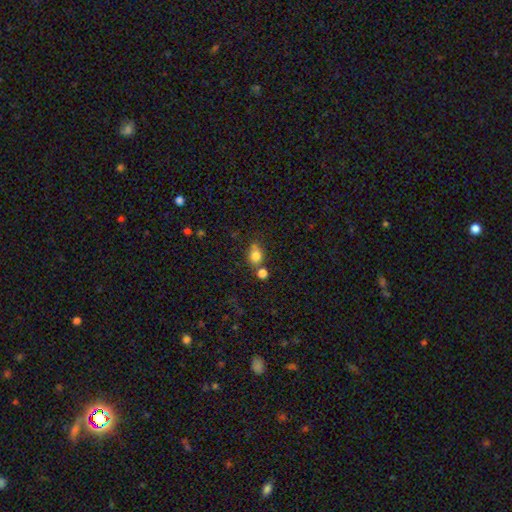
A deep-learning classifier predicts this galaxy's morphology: smooth-or-featured: smooth: 80% | star or artifact: 11% | featured or disk: 9%
  how-rounded: in between: 51% | round: 48% | cigar-shaped: 2%
  merging: none: 53% | merger: 25% | minor disturbance: 16% | major disturbance: 6%